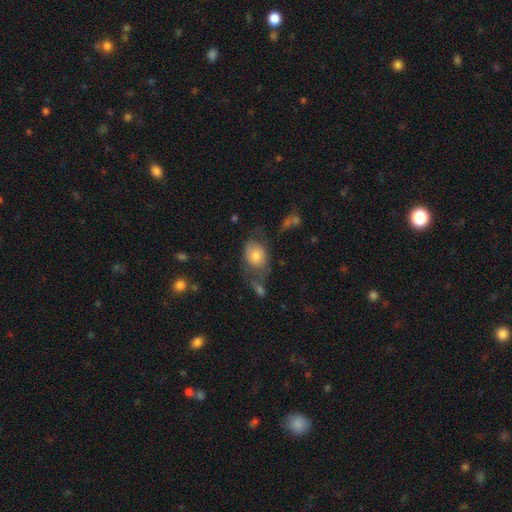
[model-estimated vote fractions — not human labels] smooth 68%, featured or disk 23%, star or artifact 9%. Down the decision tree: how rounded — in between (71%); merging — none (39%).